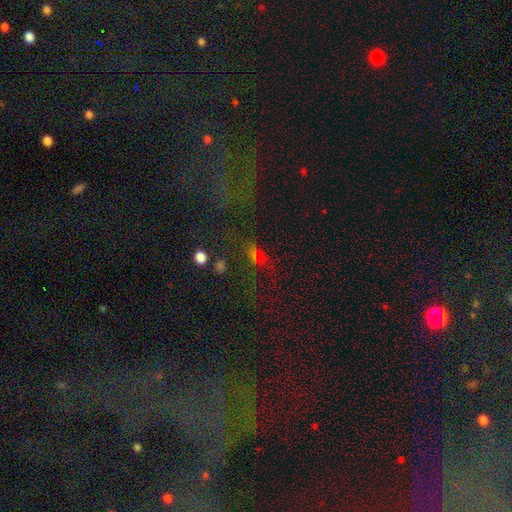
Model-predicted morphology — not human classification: Overall: smooth (45%; star or artifact 37%). Merging: none (47%; major disturbance 25%).